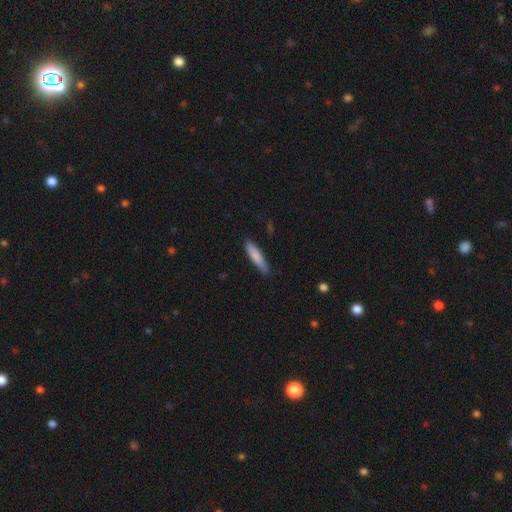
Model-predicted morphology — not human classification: Smooth or featured? Predicted: smooth (p=0.81). How rounded? Predicted: cigar-shaped (p=0.81). Merging? Predicted: none (p=0.85).